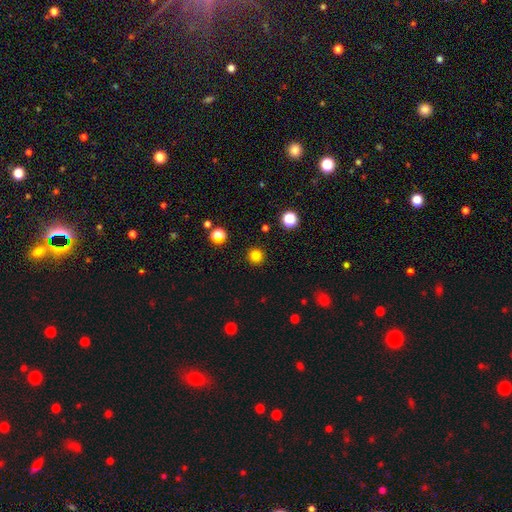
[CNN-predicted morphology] smooth_or_featured: smooth (p=0.82) [alt: star or artifact p=0.14]
how_rounded: round (p=0.96) [alt: in between p=0.03]
merging: none (p=0.92) [alt: minor disturbance p=0.05]